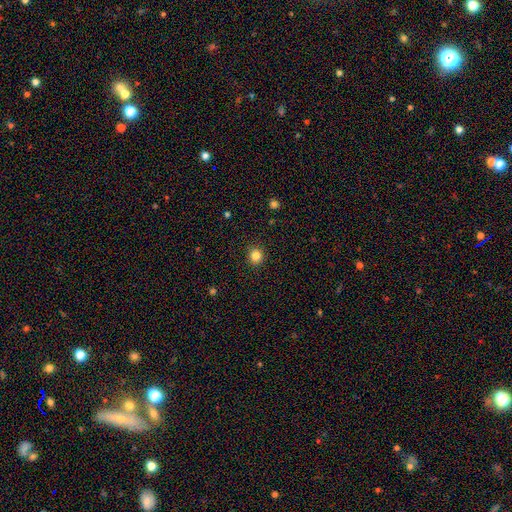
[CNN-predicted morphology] Smooth or featured?
  - smooth: 83% *
  - star or artifact: 12%
  - featured or disk: 5%
How rounded?
  - round: 85% *
  - in between: 15%
  - cigar-shaped: 1%
Merging?
  - none: 91% *
  - minor disturbance: 6%
  - major disturbance: 2%
  - merger: 1%